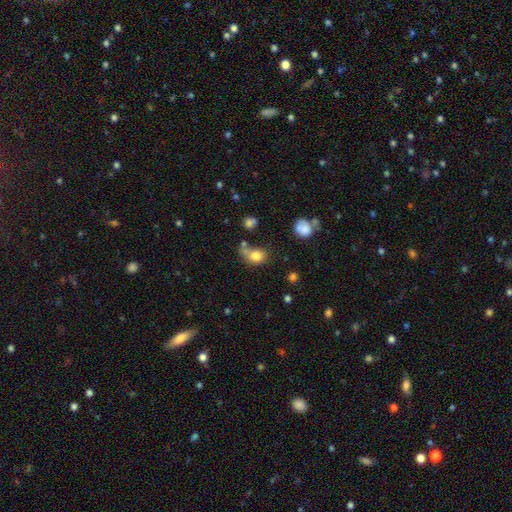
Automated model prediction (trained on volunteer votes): A smooth galaxy with no disk features (78%) that is round (55%). Merging: none (45%).